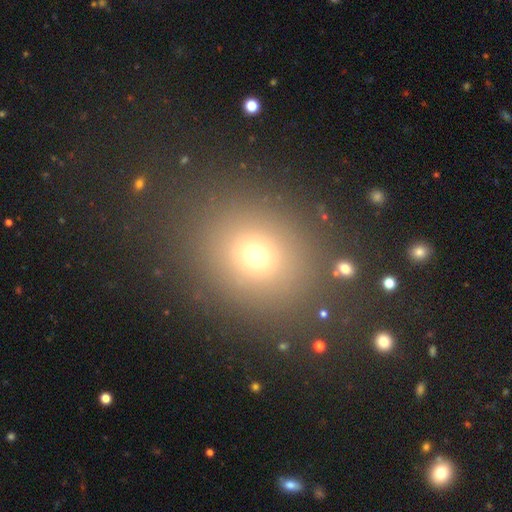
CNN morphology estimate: A smooth galaxy with no disk features (67%) that is round (67%).

Vote fractions:
- Smooth or featured? smooth: 67% / star or artifact: 24% / featured or disk: 10%
- How rounded? round: 67% / in between: 31% / cigar-shaped: 1%
- Merging? none: 85% / minor disturbance: 8% / major disturbance: 5% / merger: 3%